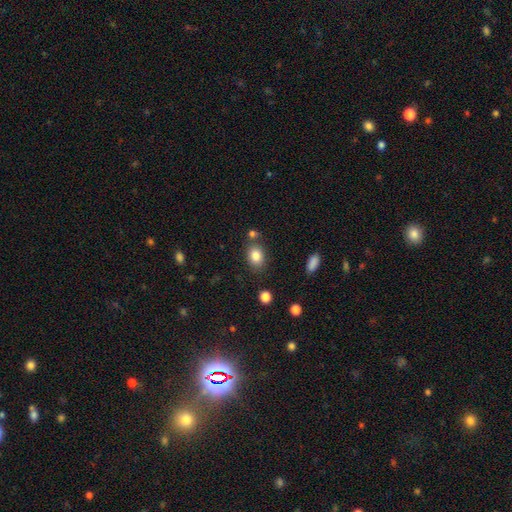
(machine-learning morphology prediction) Overall: smooth (84%). How rounded: in between (65%; round 34%). Merging: none (75%).